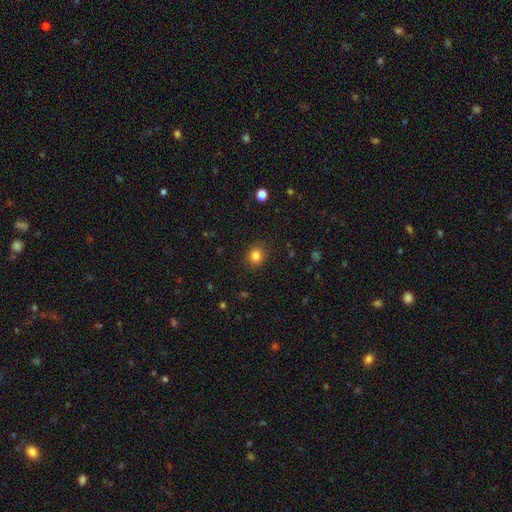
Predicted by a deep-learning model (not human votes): Smooth or featured? smooth (82%)
How rounded? round (86%)
Merging? none (90%)